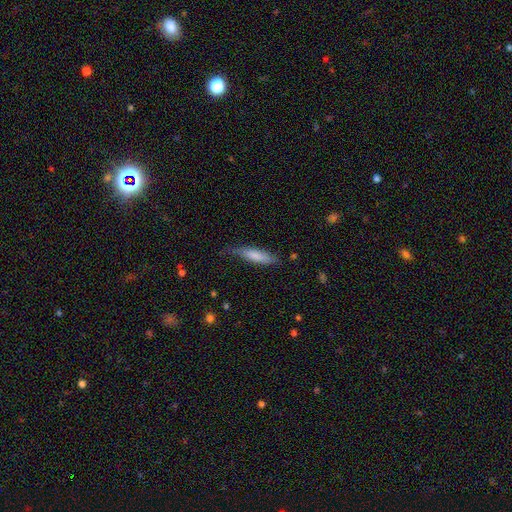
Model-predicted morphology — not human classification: Smooth or featured? smooth (76%)
How rounded? cigar-shaped (69%)
Merging? none (60%)